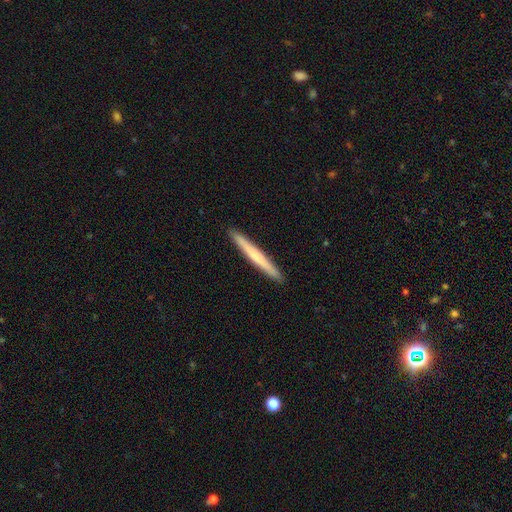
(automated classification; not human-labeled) A smooth galaxy with no disk features (60%) that is cigar-shaped (97%). Merging: none (93%).